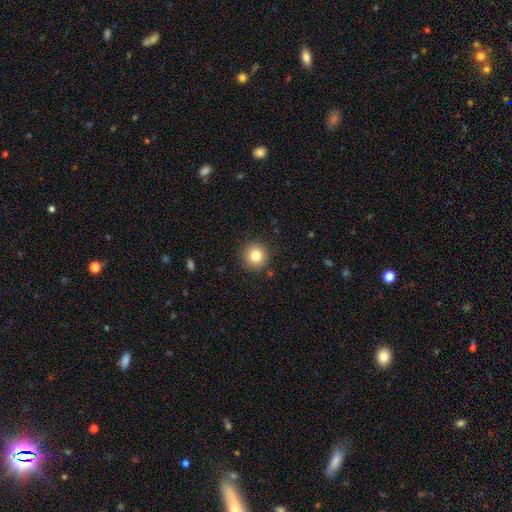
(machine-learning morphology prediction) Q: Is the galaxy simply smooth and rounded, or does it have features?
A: smooth — 82%.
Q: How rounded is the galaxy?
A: round — 95%.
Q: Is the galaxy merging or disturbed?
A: none — 91%.